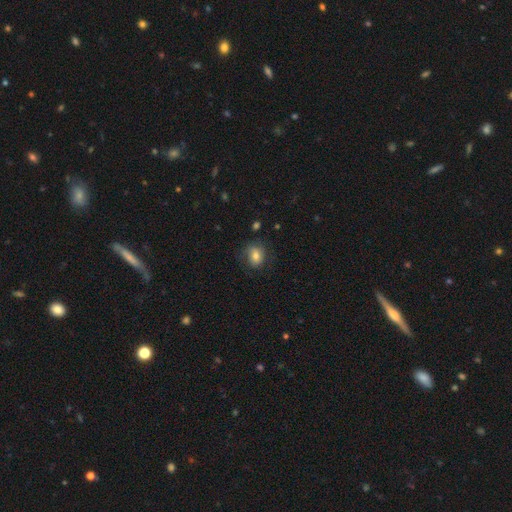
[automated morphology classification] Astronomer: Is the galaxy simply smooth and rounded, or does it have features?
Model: smooth — 69%.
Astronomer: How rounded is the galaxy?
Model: round — 49%, tied with in between at 49%.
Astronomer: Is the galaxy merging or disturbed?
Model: none — 70%.